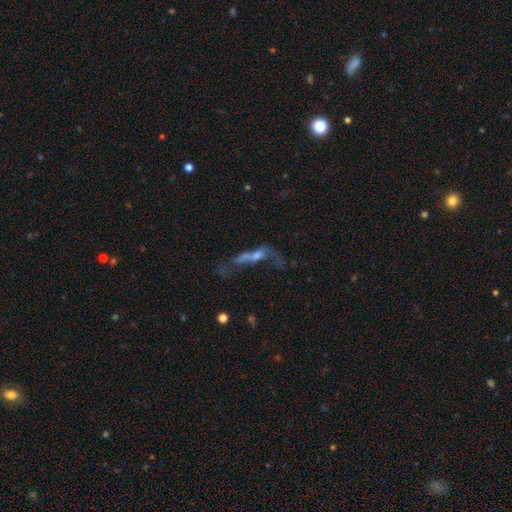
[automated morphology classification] type=featured or disk (53%); edge-on=no (68%); merging=major disturbance (41%).